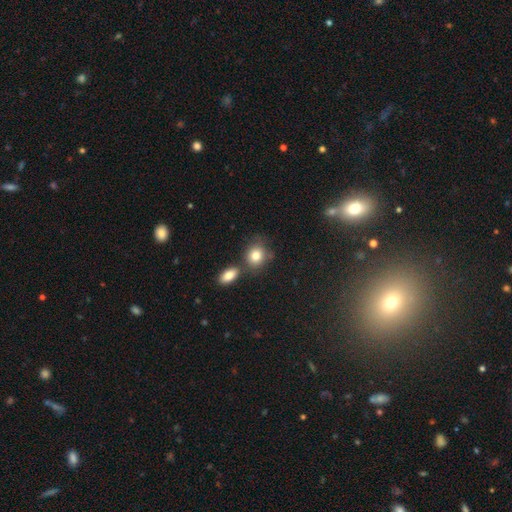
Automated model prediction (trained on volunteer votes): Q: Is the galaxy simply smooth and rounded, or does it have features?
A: smooth — 81%.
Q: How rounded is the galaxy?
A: round — 59%.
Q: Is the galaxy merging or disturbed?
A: none — 57%.